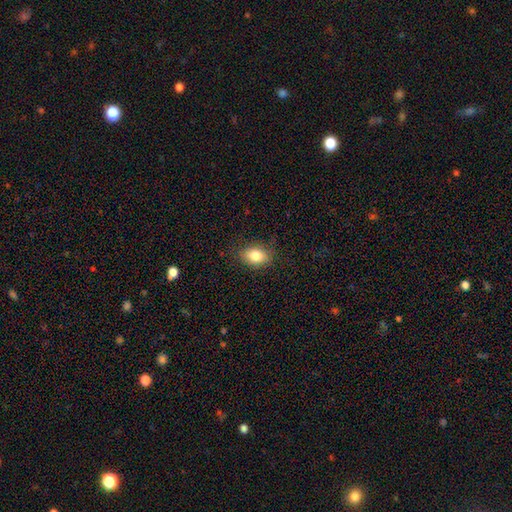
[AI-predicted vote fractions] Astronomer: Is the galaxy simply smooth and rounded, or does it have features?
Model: smooth — 81%.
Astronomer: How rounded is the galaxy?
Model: in between — 77%.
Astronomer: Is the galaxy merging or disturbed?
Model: none — 83%.